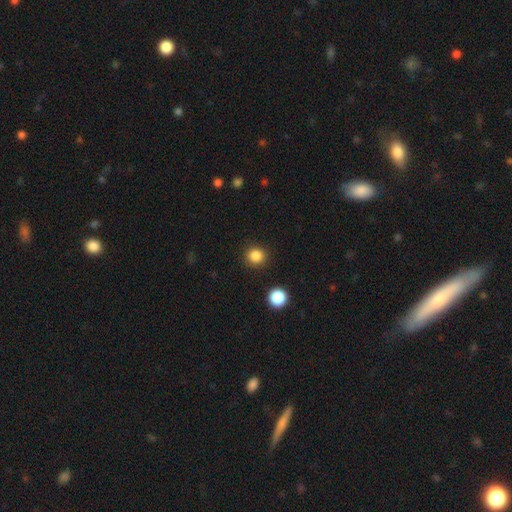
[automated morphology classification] This appears to be a smooth galaxy with no disk features (85%) that is round (91%). Merging: none (90%).